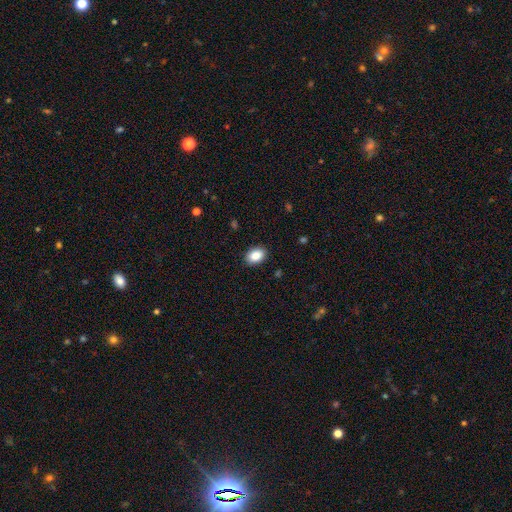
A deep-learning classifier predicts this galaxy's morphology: smooth-or-featured: smooth: 89% | star or artifact: 7% | featured or disk: 4%
  how-rounded: in between: 84% | round: 15% | cigar-shaped: 1%
  merging: none: 89% | minor disturbance: 8% | major disturbance: 2% | merger: 1%